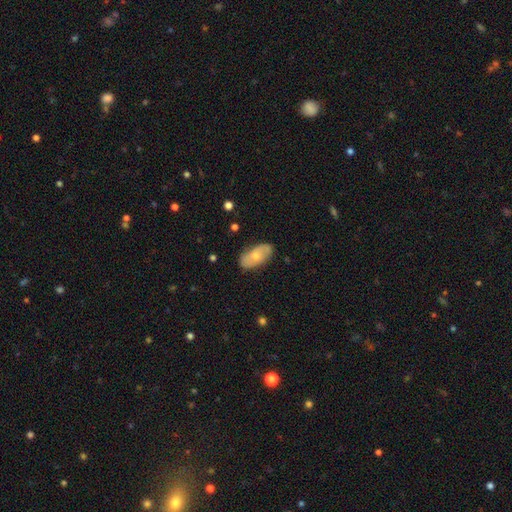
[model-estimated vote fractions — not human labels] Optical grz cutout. It shows a smooth galaxy with no disk features (61%) that is in between round and cigar-shaped (92%). Merging: none (79%).